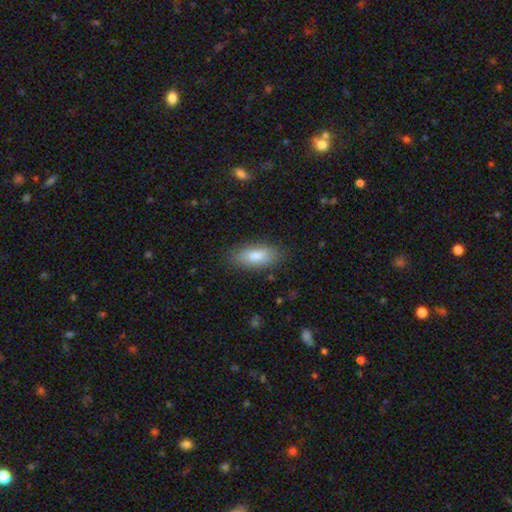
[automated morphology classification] Smooth or featured? smooth (78%)
How rounded? in between (82%)
Merging? none (84%)